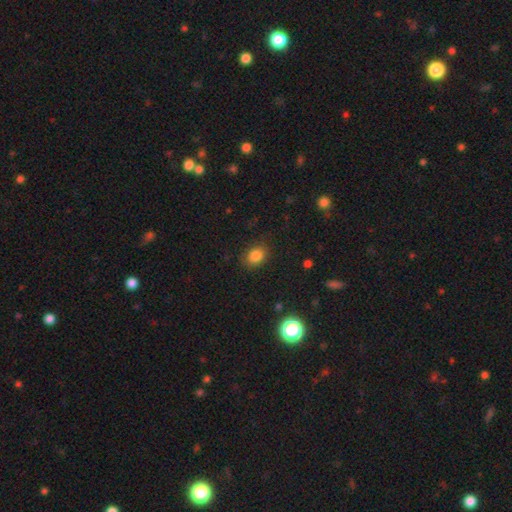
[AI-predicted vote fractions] A smooth galaxy with no disk features (83%) that is in between round and cigar-shaped (54%).

Vote fractions:
- Smooth or featured? smooth: 83% / star or artifact: 11% / featured or disk: 5%
- How rounded? in between: 54% / round: 45% / cigar-shaped: 1%
- Merging? none: 85% / minor disturbance: 11% / major disturbance: 3% / merger: 1%